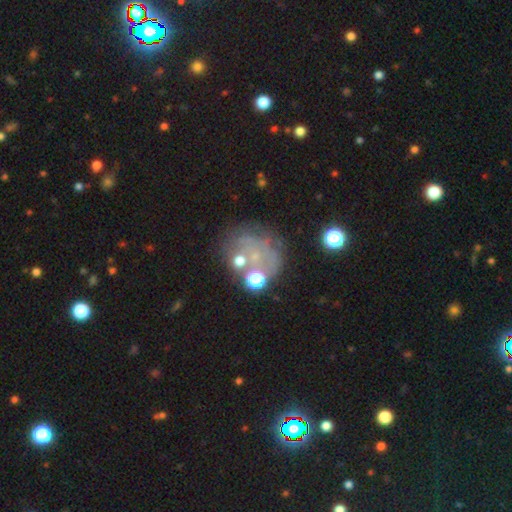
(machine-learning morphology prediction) featured or disk 42%, smooth 31%, star or artifact 27%. Down the decision tree: merging — none (51%).